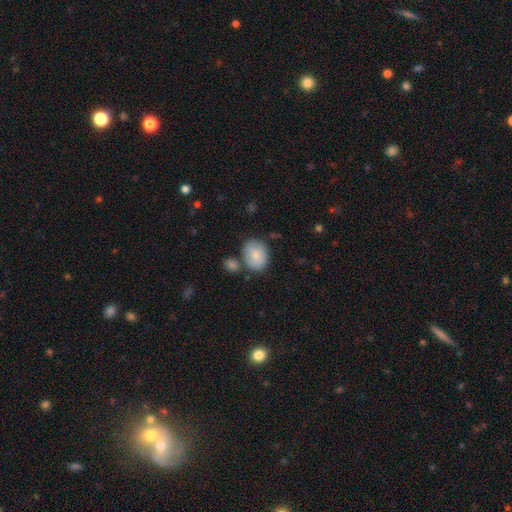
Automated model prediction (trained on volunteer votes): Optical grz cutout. It shows a smooth galaxy with no disk features (82%) that is in between round and cigar-shaped (60%). Merging: none (60%).